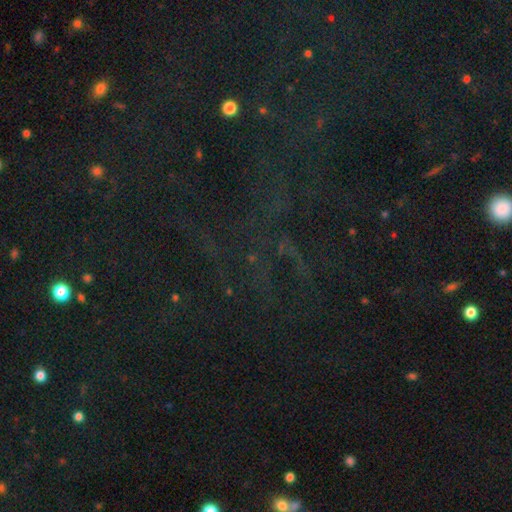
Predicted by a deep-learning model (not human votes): smooth_or_featured: star or artifact (p=0.77) [alt: smooth p=0.14]